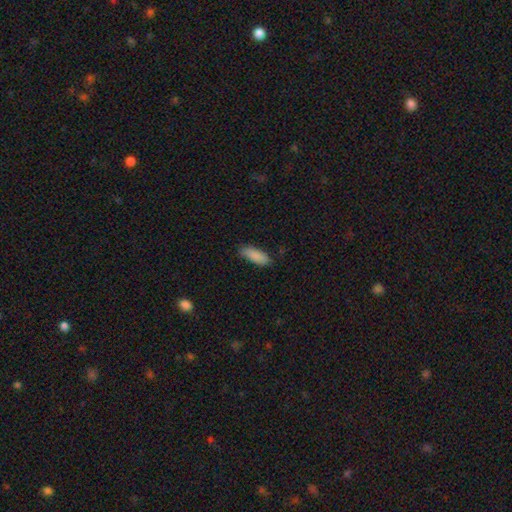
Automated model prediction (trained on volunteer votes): Smooth or featured? smooth (88%)
How rounded? in between (69%)
Merging? none (79%)